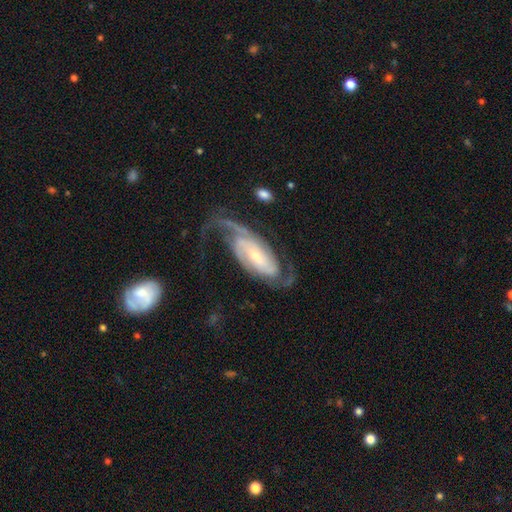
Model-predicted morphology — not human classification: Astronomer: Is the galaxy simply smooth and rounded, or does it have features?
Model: featured or disk — 89%.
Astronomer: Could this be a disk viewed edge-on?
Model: no — 95%.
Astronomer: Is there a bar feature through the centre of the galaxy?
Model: no — 40% (runner-up: weak, 37%).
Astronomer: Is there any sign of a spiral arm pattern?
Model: yes — 97%.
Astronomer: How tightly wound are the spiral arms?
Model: medium — 46% (runner-up: tight, 32%).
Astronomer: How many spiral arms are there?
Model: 2 — 80%.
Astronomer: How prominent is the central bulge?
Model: small — 59%.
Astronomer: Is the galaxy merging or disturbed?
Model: none — 60%.